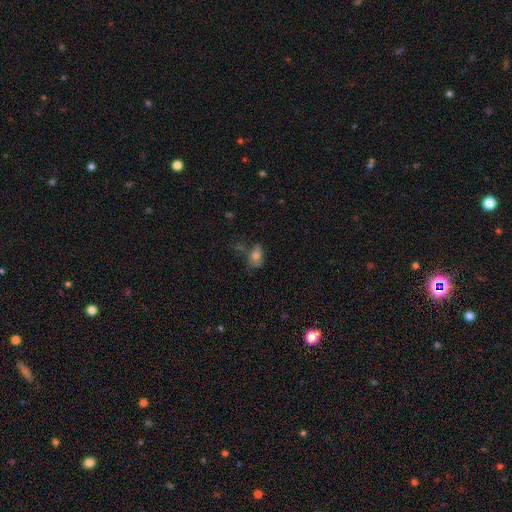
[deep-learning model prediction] Q: Smooth or featured?
A: smooth (67%); runner-up: featured or disk (20%)
Q: How rounded?
A: in between (83%); runner-up: round (14%)
Q: Merging?
A: none (45%); runner-up: minor disturbance (29%)